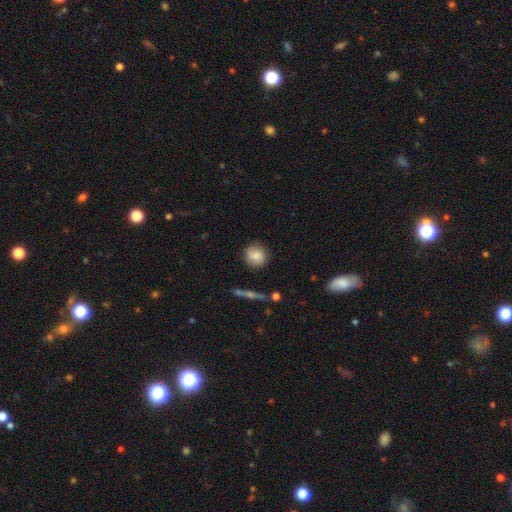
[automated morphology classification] type=smooth (77%); roundness=round (89%); merging=none (86%).